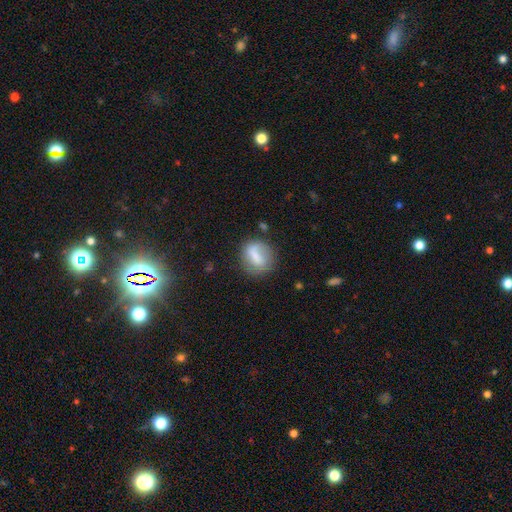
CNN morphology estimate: smooth 66%, featured or disk 26%, star or artifact 8%. Down the decision tree: how rounded — round (64%); merging — none (63%).